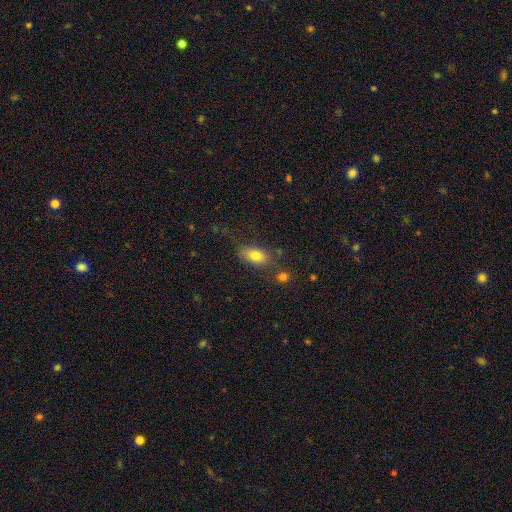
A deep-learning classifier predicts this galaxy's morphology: Smooth or featured: smooth — 78% (featured or disk — 13%)
How rounded: in between — 87% (round — 7%)
Merging: none — 68% (minor disturbance — 18%)